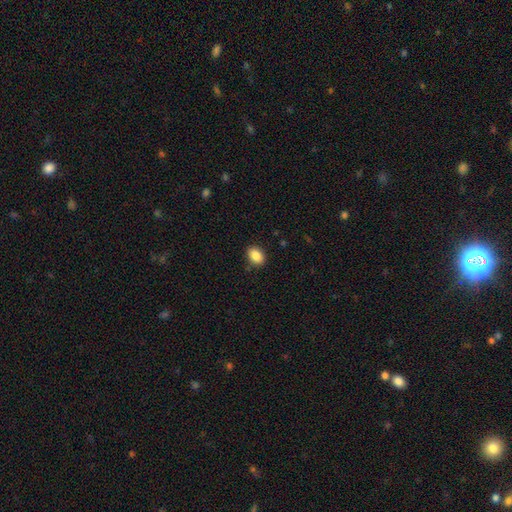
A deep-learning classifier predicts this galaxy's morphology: The model was most divided on "how rounded": in between: 74%, round: 25%, cigar-shaped: 1%. More confident: smooth or featured — smooth (88%); merging — none (88%).